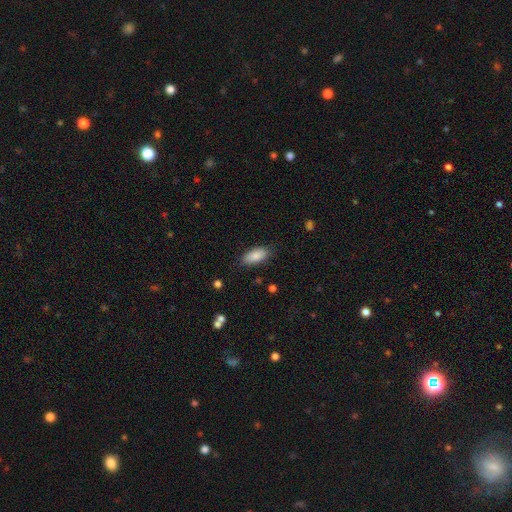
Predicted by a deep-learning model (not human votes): Morphology: type=smooth (87%); roundness=in between (88%); merging=none (83%).